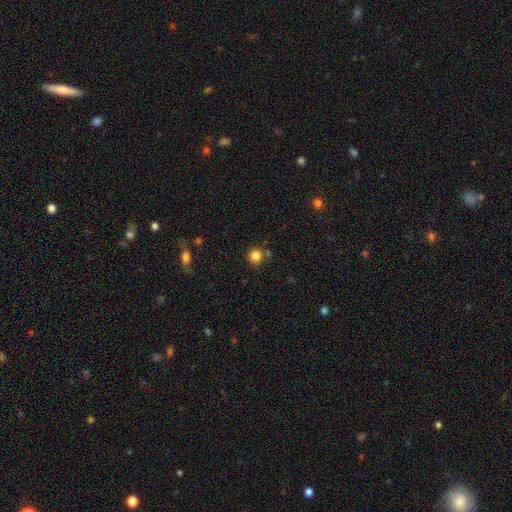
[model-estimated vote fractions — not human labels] A smooth galaxy with no disk features (84%) that is round (91%). Merging: none (79%).